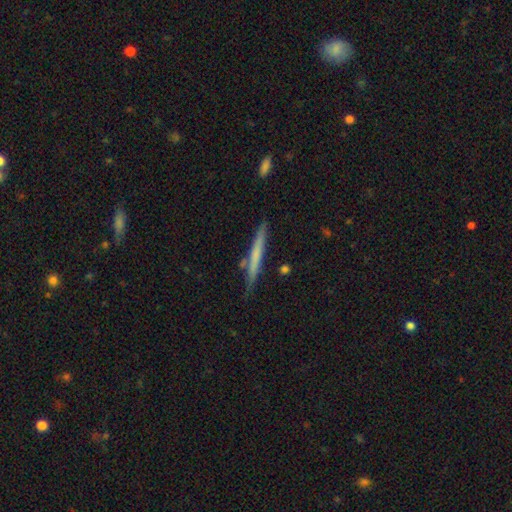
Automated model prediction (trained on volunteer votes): Overall: smooth (55%; featured or disk 39%). How rounded: cigar-shaped (96%). Merging: none (80%).